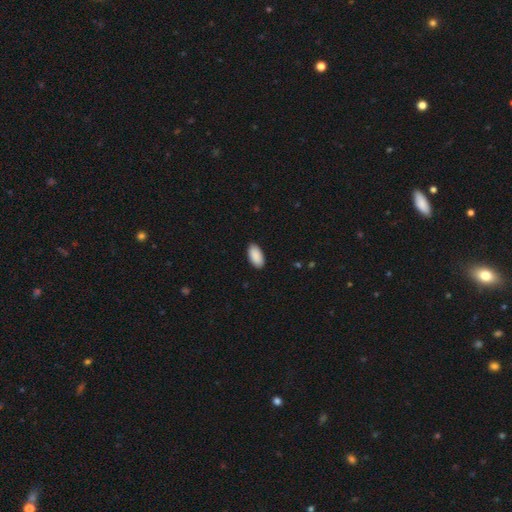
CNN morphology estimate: type=smooth (91%); roundness=in between (95%); merging=none (89%).